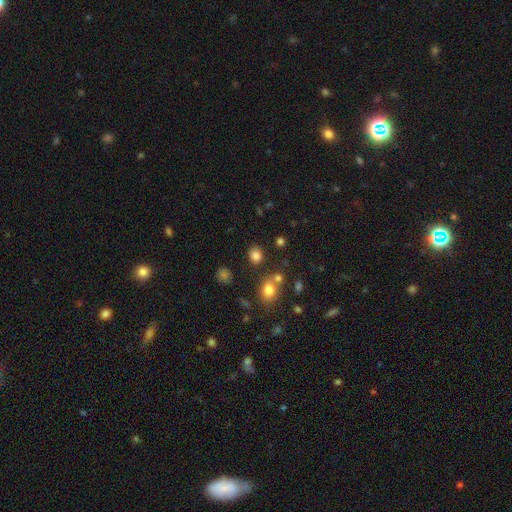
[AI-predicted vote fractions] Overall: smooth (81%). How rounded: round (74%). Merging: none (80%).